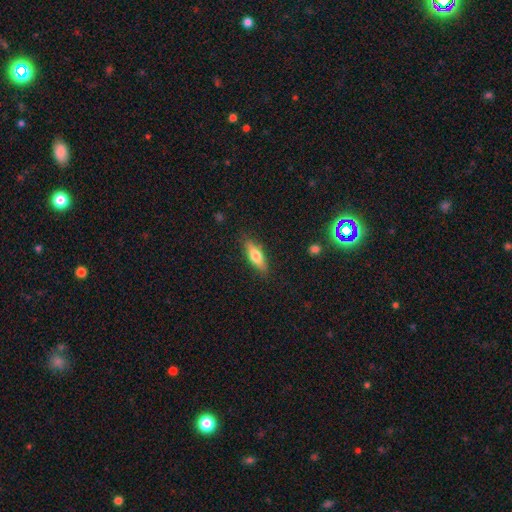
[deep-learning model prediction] Overall: smooth (64%; featured or disk 29%). How rounded: cigar-shaped (49%, tied with in between). Merging: none (86%).